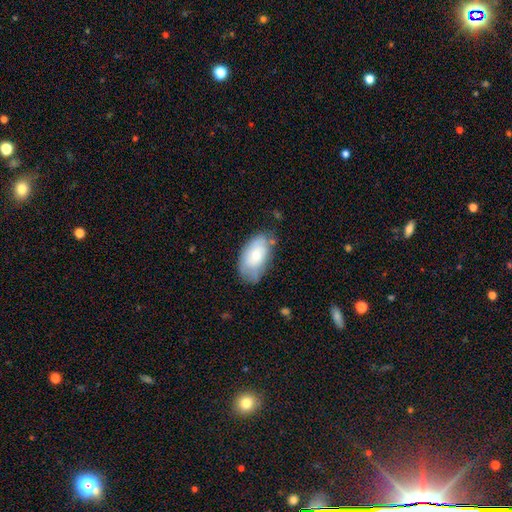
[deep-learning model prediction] Q: Smooth or featured?
A: smooth (65%); runner-up: featured or disk (28%)
Q: How rounded?
A: in between (93%); runner-up: round (5%)
Q: Merging?
A: none (62%); runner-up: minor disturbance (27%)